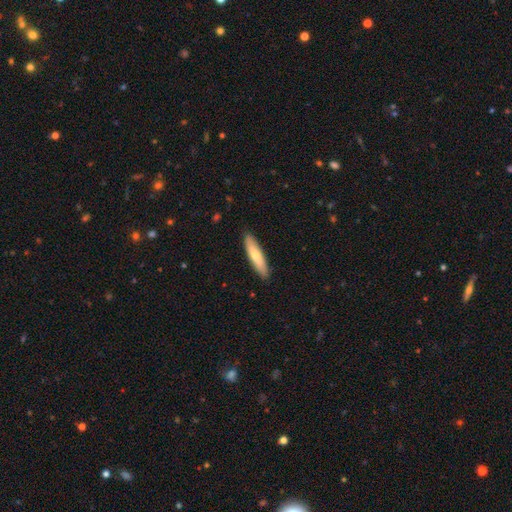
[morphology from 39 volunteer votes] Smooth or featured? smooth (69%)
How rounded? cigar-shaped (81%)
Merging? none (94%)